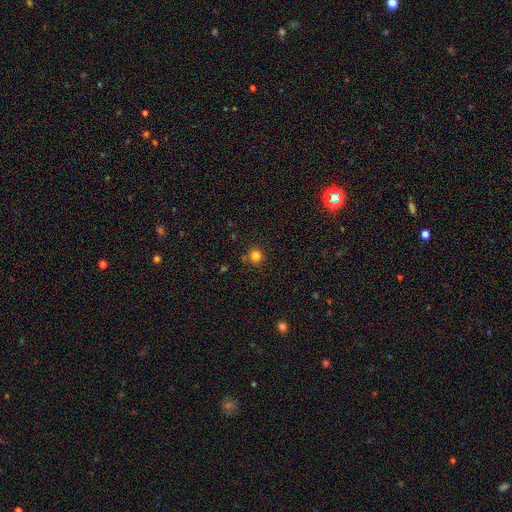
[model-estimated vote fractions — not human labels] Morphology: type=smooth (82%); roundness=round (89%); merging=none (84%).